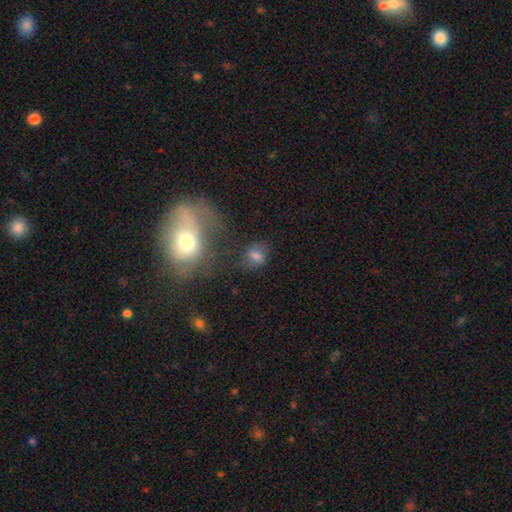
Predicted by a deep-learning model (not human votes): Smooth or featured?
  - smooth: 69% *
  - featured or disk: 16%
  - star or artifact: 15%
How rounded?
  - in between: 63% *
  - round: 34%
  - cigar-shaped: 3%
Merging?
  - none: 55% *
  - minor disturbance: 20%
  - major disturbance: 13%
  - merger: 12%